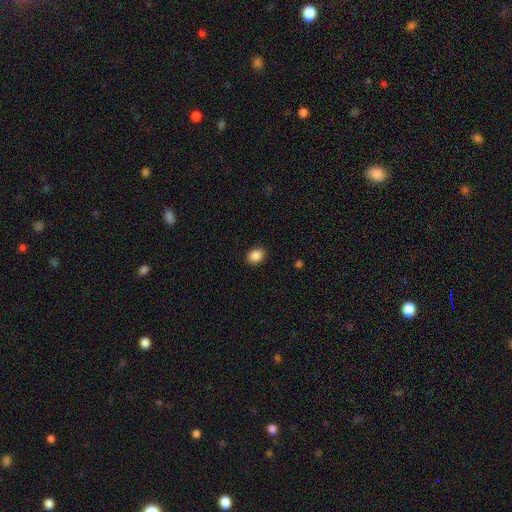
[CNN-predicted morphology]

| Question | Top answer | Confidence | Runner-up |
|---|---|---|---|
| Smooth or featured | smooth | 88% | star or artifact (9%) |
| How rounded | in between | 54% | round (45%) |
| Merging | none | 90% | minor disturbance (7%) |